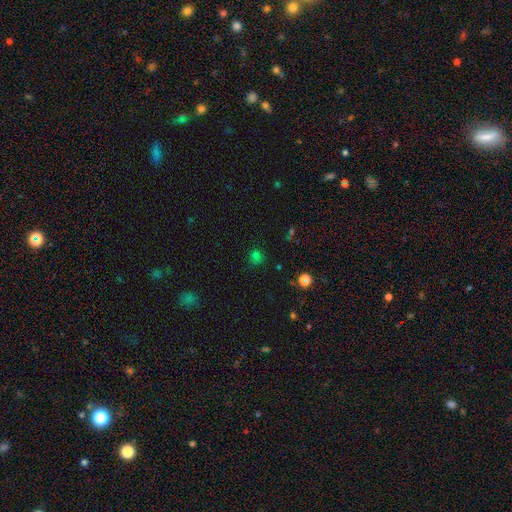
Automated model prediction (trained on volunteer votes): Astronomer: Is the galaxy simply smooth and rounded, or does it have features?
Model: smooth — 65%.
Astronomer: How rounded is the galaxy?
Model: round — 87%.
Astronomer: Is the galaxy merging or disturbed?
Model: none — 78%.